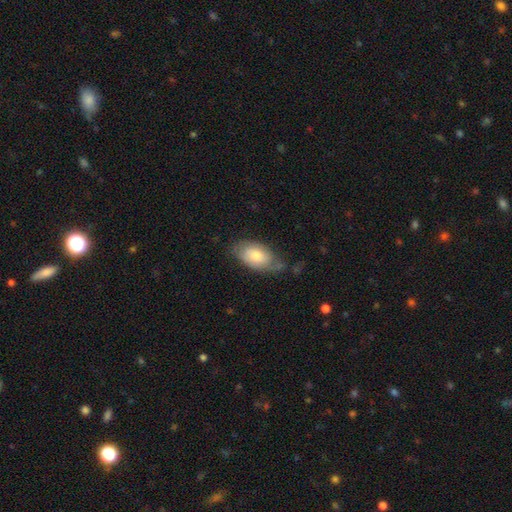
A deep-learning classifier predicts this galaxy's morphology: This is likely a smooth galaxy (70%). How rounded: clearly in between (93%). Merging: possibly none (50%).